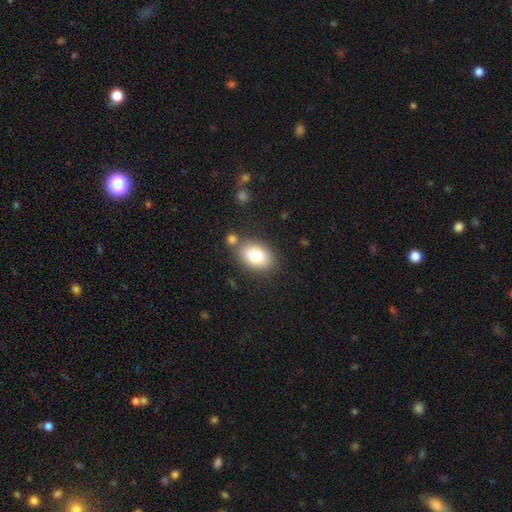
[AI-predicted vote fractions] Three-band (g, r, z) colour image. It shows a smooth galaxy with no disk features (79%) that is in between round and cigar-shaped (82%). Merging: none (76%).